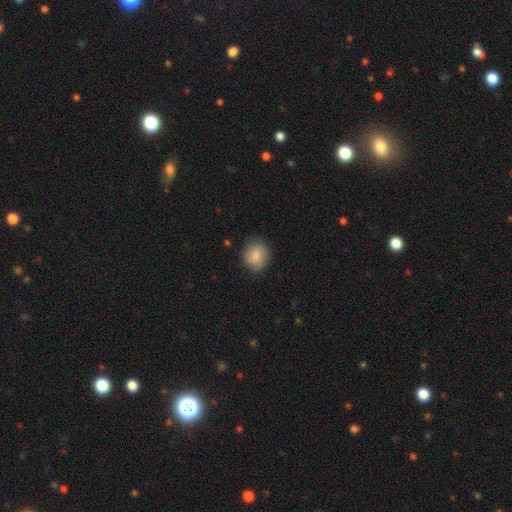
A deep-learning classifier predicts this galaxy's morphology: A smooth galaxy with no disk features (85%) that is round (77%).

Vote fractions:
- Smooth or featured? smooth: 85% / featured or disk: 8% / star or artifact: 7%
- How rounded? round: 77% / in between: 22% / cigar-shaped: 1%
- Merging? none: 82% / minor disturbance: 14% / major disturbance: 3% / merger: 1%